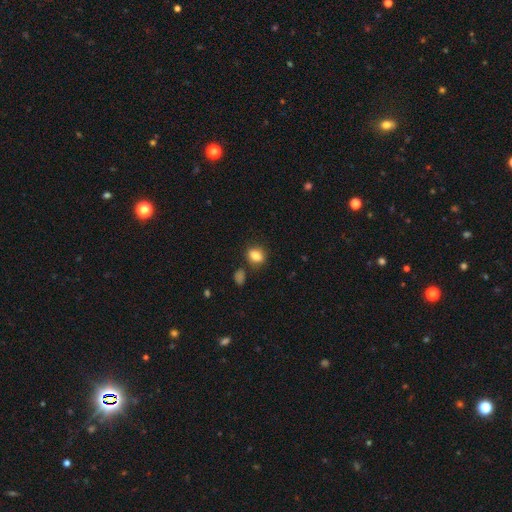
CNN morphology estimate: Smooth or featured? Predicted: smooth (p=0.83). How rounded? Predicted: in between (p=0.64). Merging? Predicted: none (p=0.77).